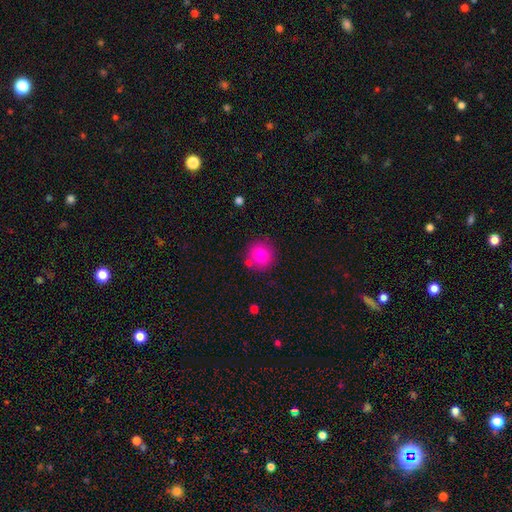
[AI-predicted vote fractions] Smooth or featured?
  - smooth: 79% *
  - star or artifact: 11%
  - featured or disk: 10%
How rounded?
  - round: 93% *
  - in between: 6%
  - cigar-shaped: 1%
Merging?
  - none: 80% *
  - minor disturbance: 10%
  - merger: 8%
  - major disturbance: 2%